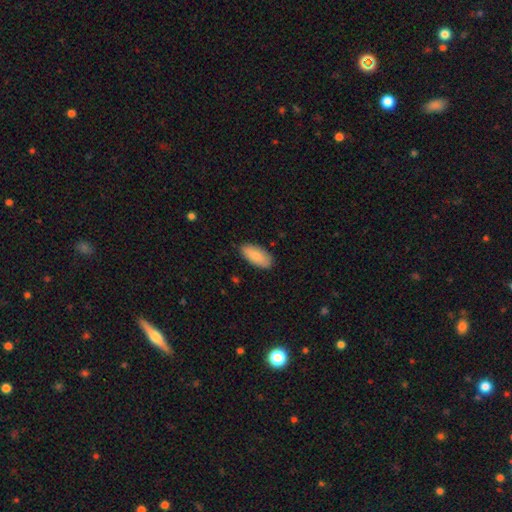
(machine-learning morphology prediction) Smooth or featured?
  - smooth: 85% *
  - featured or disk: 9%
  - star or artifact: 6%
How rounded?
  - in between: 92% *
  - cigar-shaped: 7%
  - round: 2%
Merging?
  - none: 84% *
  - minor disturbance: 13%
  - major disturbance: 2%
  - merger: 1%